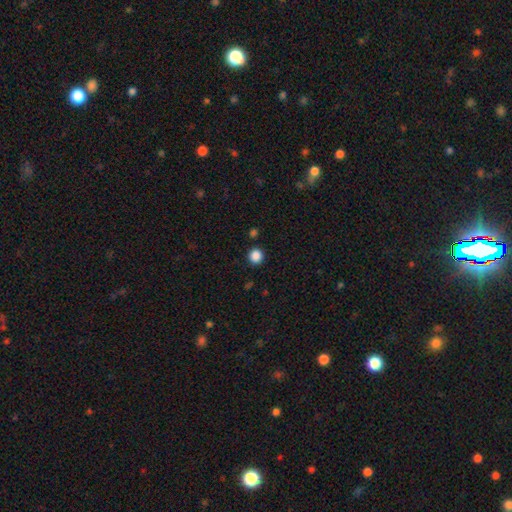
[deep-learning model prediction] This is clearly a smooth galaxy (87%). How rounded: clearly round (94%). Merging: clearly none (90%).